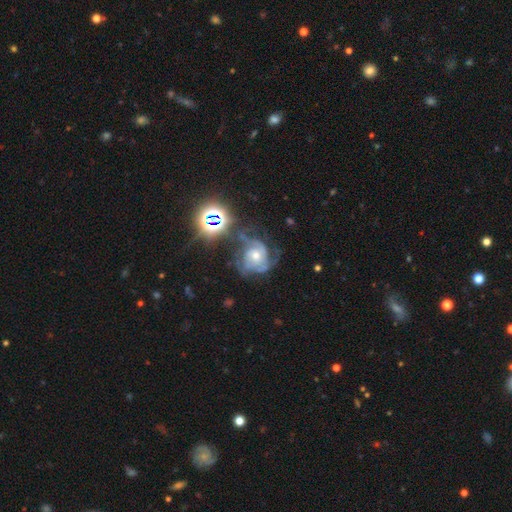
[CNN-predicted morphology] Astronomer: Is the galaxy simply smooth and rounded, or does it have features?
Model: featured or disk — 73%.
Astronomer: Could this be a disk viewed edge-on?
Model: no — 98%.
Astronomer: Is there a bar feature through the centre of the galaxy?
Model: no — 73%.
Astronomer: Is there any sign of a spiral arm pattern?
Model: yes — 93%.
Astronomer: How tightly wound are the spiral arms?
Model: tight — 52% (runner-up: medium, 38%).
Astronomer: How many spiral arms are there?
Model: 3 — 40% (runner-up: can't tell, 22%).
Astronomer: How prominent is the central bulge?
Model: moderate — 64%.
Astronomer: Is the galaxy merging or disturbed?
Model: none — 54%.